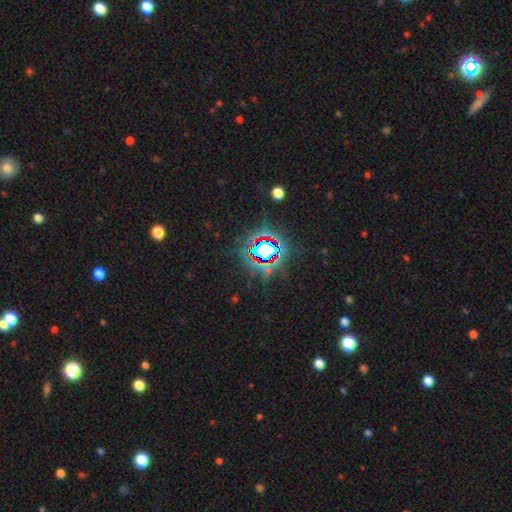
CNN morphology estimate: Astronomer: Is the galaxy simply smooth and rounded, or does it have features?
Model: star or artifact — 82%.